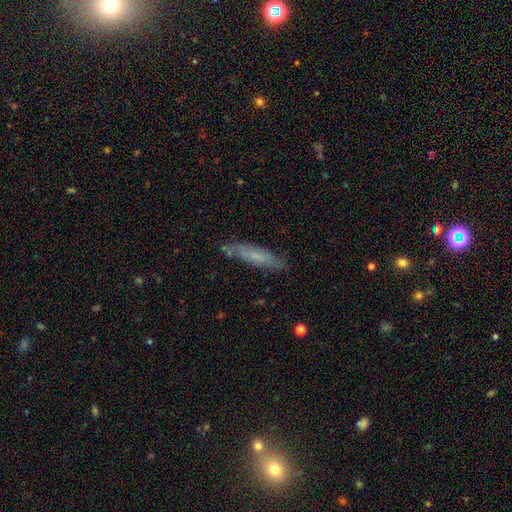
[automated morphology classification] This appears to be a smooth galaxy with no disk features (59%) that is cigar-shaped (82%). Merging: none (76%).